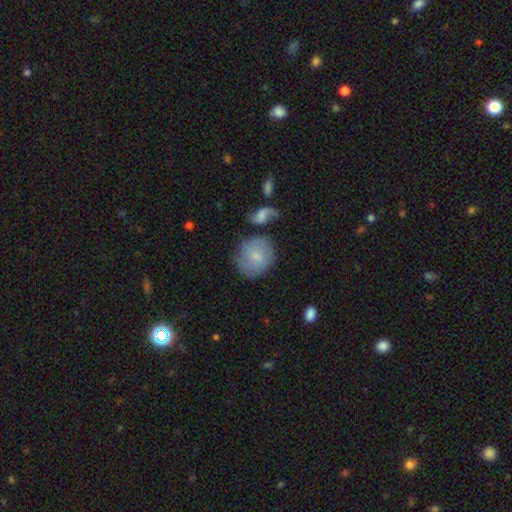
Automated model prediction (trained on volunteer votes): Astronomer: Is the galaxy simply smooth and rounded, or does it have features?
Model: smooth — 63%.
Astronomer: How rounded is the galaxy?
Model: round — 82%.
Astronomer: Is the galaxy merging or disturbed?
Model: none — 58%.